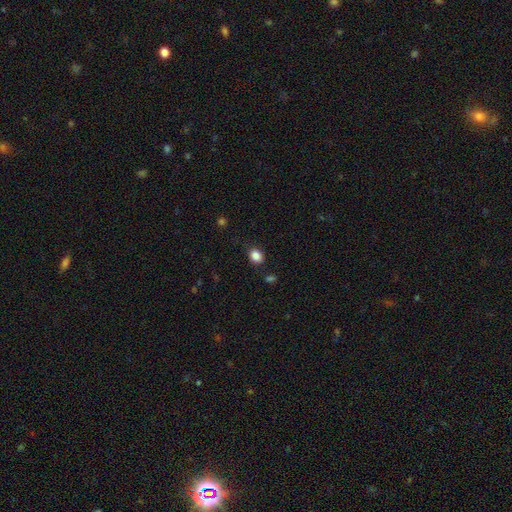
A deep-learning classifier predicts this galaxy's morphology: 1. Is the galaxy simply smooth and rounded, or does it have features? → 86% smooth, 10% star or artifact, 4% featured or disk.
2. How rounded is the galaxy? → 52% in between, 47% round, 1% cigar-shaped.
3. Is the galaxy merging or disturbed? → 83% none, 12% minor disturbance, 3% major disturbance, 2% merger.